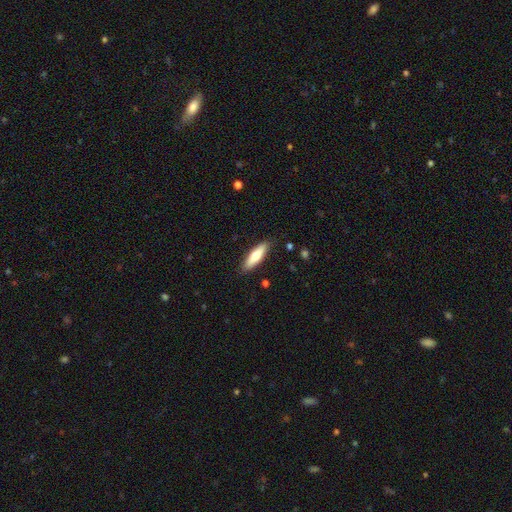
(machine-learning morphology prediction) smooth-or-featured: smooth: 69% | featured or disk: 26% | star or artifact: 6%
  how-rounded: cigar-shaped: 55% | in between: 43% | round: 2%
  merging: none: 88% | minor disturbance: 9% | major disturbance: 2% | merger: 1%